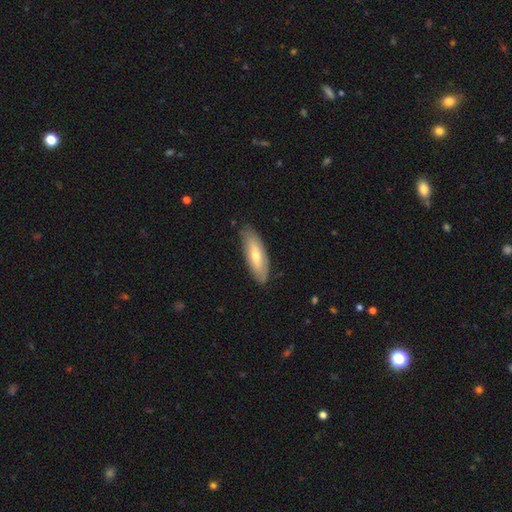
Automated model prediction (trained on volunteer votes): Overall: smooth (61%; featured or disk 34%). How rounded: in between (58%; cigar-shaped 40%). Merging: none (83%).